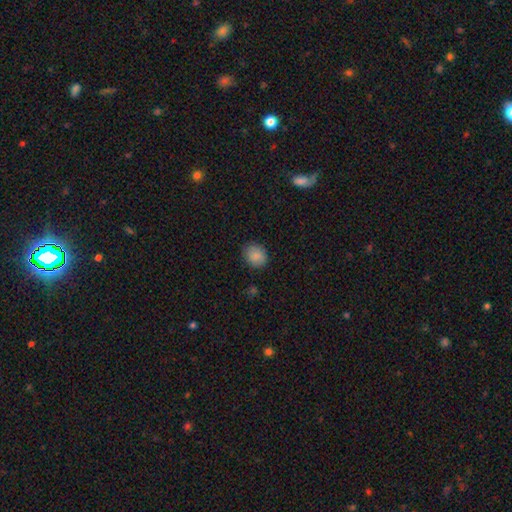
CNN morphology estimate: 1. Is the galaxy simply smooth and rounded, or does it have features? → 87% smooth, 9% star or artifact, 4% featured or disk.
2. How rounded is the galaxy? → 62% round, 37% in between, 1% cigar-shaped.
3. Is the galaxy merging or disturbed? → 85% none, 12% minor disturbance, 3% major disturbance, 1% merger.